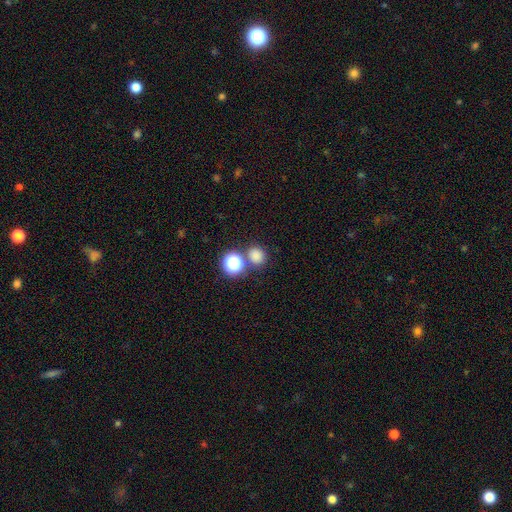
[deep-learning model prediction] Overall: smooth (77%). How rounded: round (81%). Merging: none (71%).